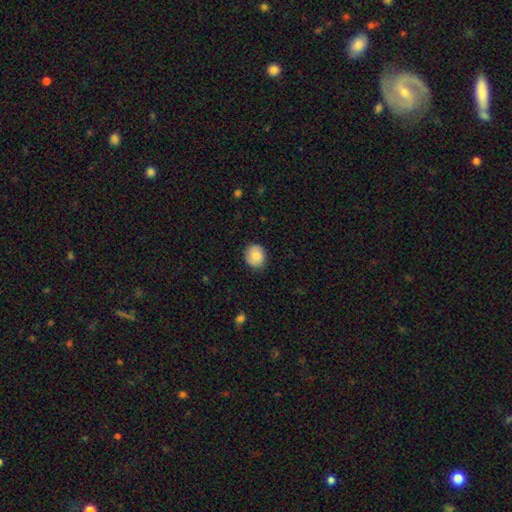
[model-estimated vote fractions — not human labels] Smooth or featured? Predicted: smooth (p=0.80). How rounded? Predicted: round (p=0.80). Merging? Predicted: none (p=0.86).